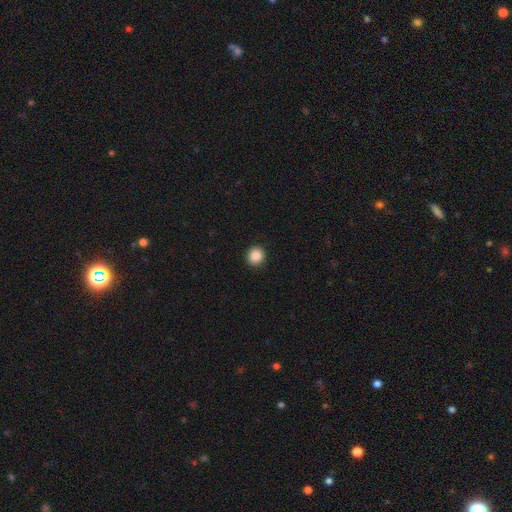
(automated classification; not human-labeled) smooth 88%, star or artifact 9%, featured or disk 2%. Down the decision tree: how rounded — round (88%); merging — none (92%).